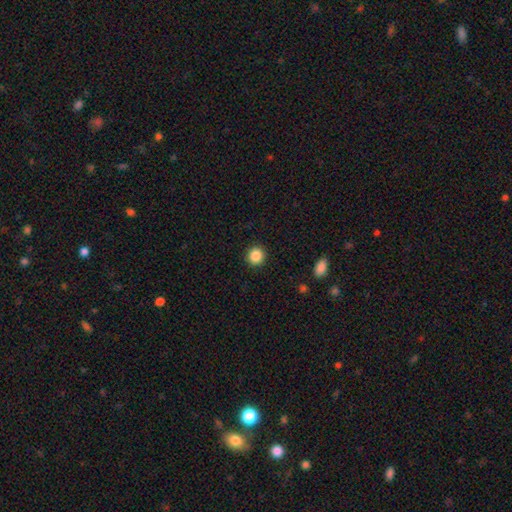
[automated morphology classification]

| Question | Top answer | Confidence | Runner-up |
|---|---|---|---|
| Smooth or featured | smooth | 87% | star or artifact (10%) |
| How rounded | round | 92% | in between (8%) |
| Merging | none | 92% | minor disturbance (5%) |